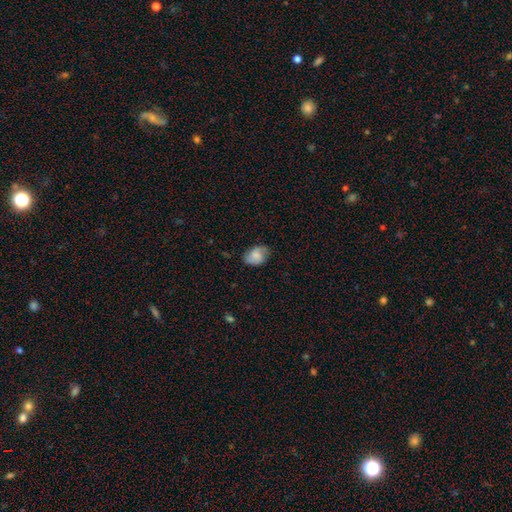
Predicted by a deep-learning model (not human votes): Smooth or featured: smooth — 69% (featured or disk — 23%)
How rounded: in between — 78% (round — 20%)
Merging: none — 73% (minor disturbance — 22%)